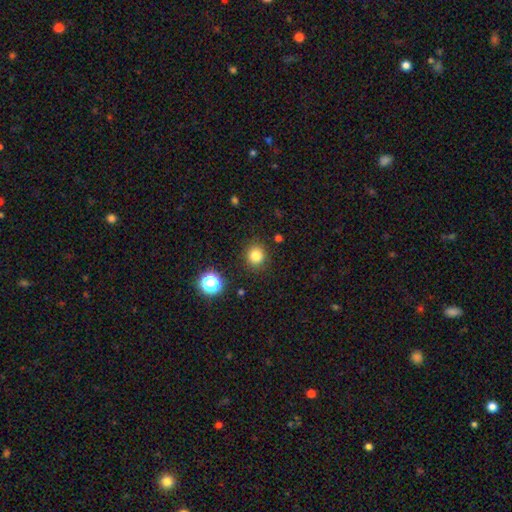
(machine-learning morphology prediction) Q: Smooth or featured?
A: smooth (81%); runner-up: star or artifact (13%)
Q: How rounded?
A: round (89%); runner-up: in between (10%)
Q: Merging?
A: none (89%); runner-up: minor disturbance (7%)